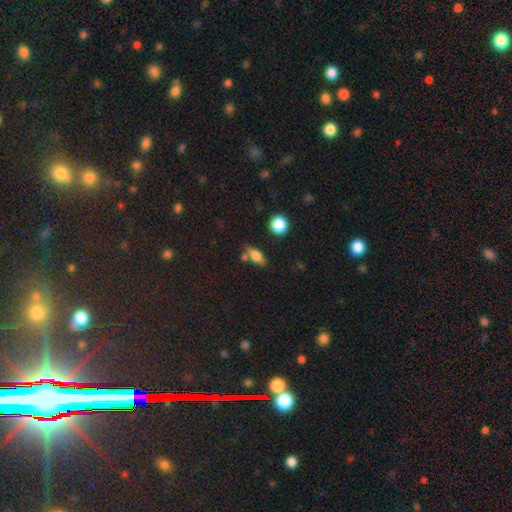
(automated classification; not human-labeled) Smooth or featured: smooth — 69% (featured or disk — 21%)
How rounded: in between — 70% (cigar-shaped — 22%)
Merging: none — 62% (minor disturbance — 17%)